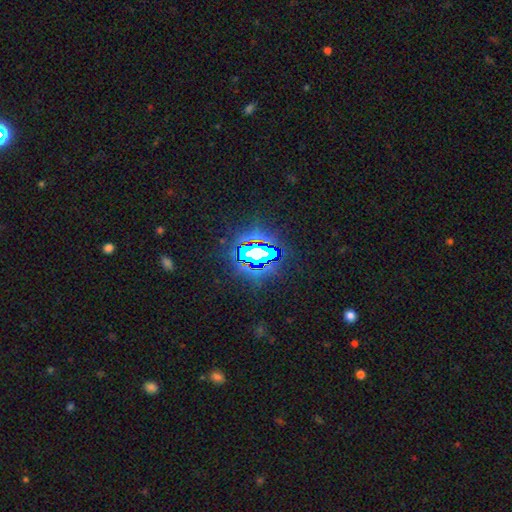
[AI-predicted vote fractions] Smooth or featured? star or artifact (78%)